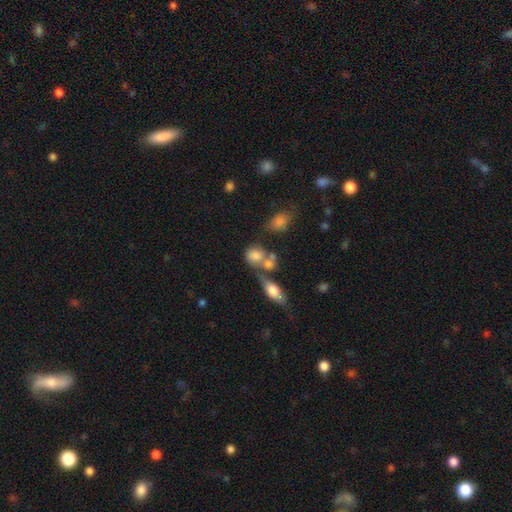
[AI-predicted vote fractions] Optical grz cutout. It shows a smooth galaxy with no disk features (75%) that is round (51%). Merging: merger (43%).